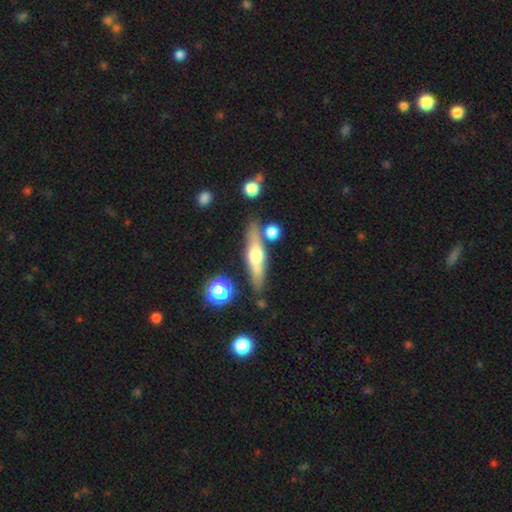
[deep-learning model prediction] Q: Smooth or featured?
A: featured or disk (55%); runner-up: smooth (38%)
Q: Edge-on disk?
A: yes (89%); runner-up: no (11%)
Q: Merging?
A: none (75%); runner-up: minor disturbance (12%)